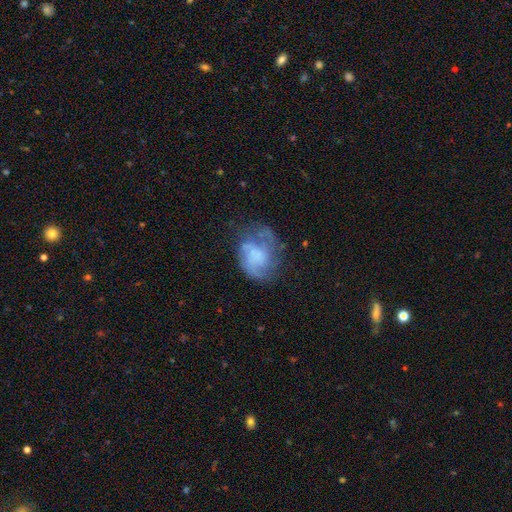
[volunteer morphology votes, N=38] A featured or disk galaxy (74%) with no bar (85%), tight (39%, tied with loose) spiral arms (85%) and no central bulge (59%).

Vote fractions:
- Smooth or featured? featured or disk: 74% / smooth: 21% / star or artifact: 5%
- Edge-on disk? no: 96% / yes: 4%
- Bar? no: 85% / weak: 11% / strong: 4%
- Spiral arms? yes: 85% / no: 15%
- Spiral winding? tight: 39% (tied) / loose: 39% (tied) / medium: 22%
- Spiral arm count? can't tell: 52% / 4: 22% / 2: 13% / 3: 13% / 1: 0% / more than 4: 0%
- Bulge size? none: 59% / moderate: 19% / large: 11% / small: 11% / dominant: 0%
- Merging? none: 56% / major disturbance: 22% / minor disturbance: 19% / merger: 3%